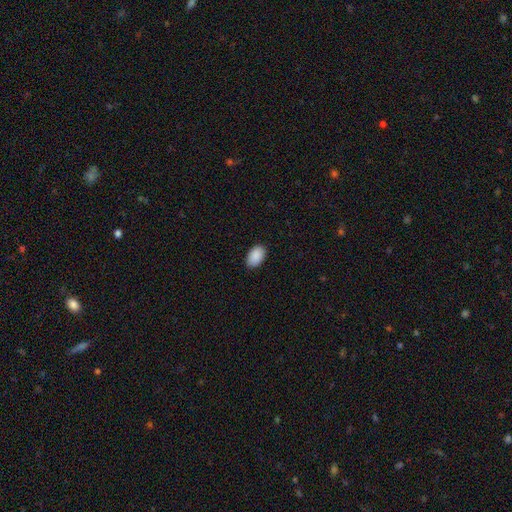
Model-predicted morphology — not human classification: Smooth or featured: smooth — 91% (star or artifact — 6%)
How rounded: in between — 93% (round — 6%)
Merging: none — 89% (minor disturbance — 8%)